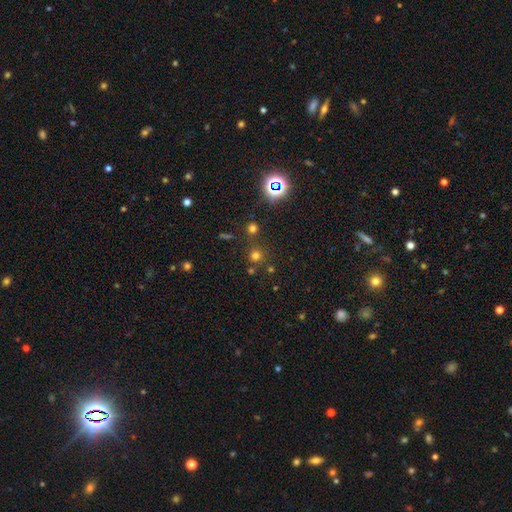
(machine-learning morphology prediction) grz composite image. It shows a smooth galaxy with no disk features (62%) that is round (92%). Merging: none (76%).